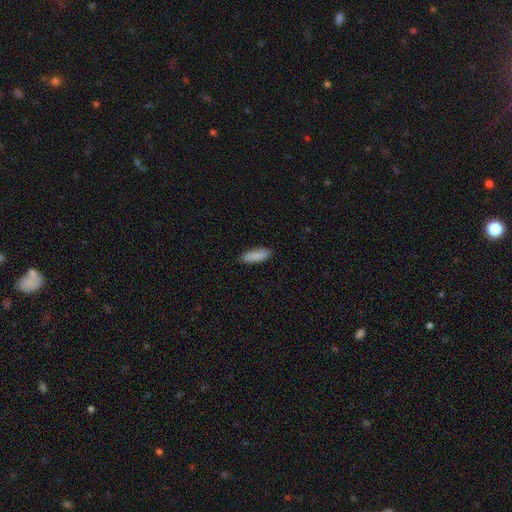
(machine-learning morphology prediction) A smooth galaxy with no disk features (88%) that is in between round and cigar-shaped (60%). Merging: none (88%).